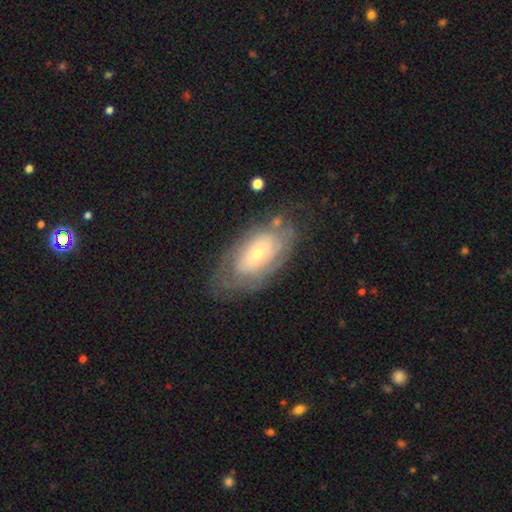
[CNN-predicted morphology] Smooth or featured? Predicted: featured or disk (p=0.60). Edge-on disk? Predicted: no (p=0.91). Bar? Predicted: no (p=0.78). Spiral arms? Predicted: yes (p=0.59). Bulge size? Predicted: small (p=0.57). Merging? Predicted: none (p=0.69).